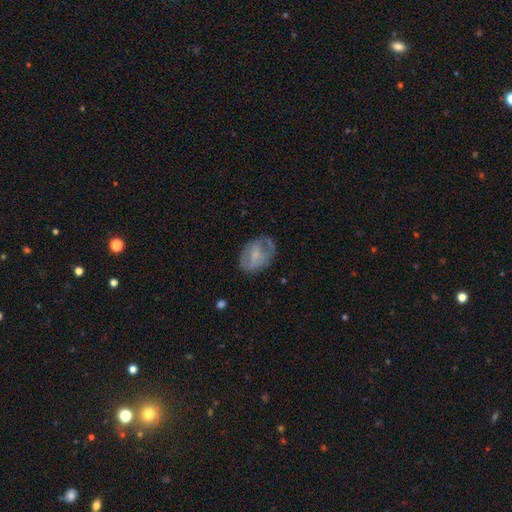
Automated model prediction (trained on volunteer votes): smooth 48%, featured or disk 45%, star or artifact 7%. Down the decision tree: merging — none (60%).